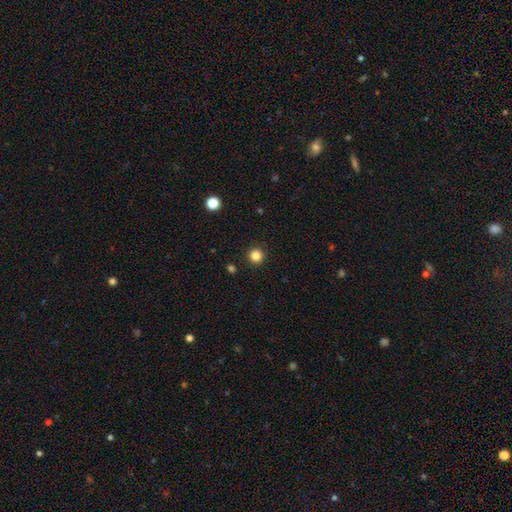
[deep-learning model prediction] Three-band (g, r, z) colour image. It shows a smooth galaxy with no disk features (84%) that is round (96%). Merging: none (93%).